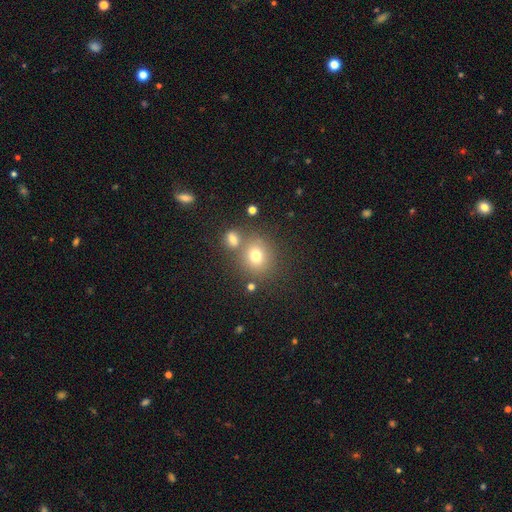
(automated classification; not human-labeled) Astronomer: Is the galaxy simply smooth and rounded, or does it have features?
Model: smooth — 73%.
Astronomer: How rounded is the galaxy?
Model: round — 82%.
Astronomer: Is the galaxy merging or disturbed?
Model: none — 66%.